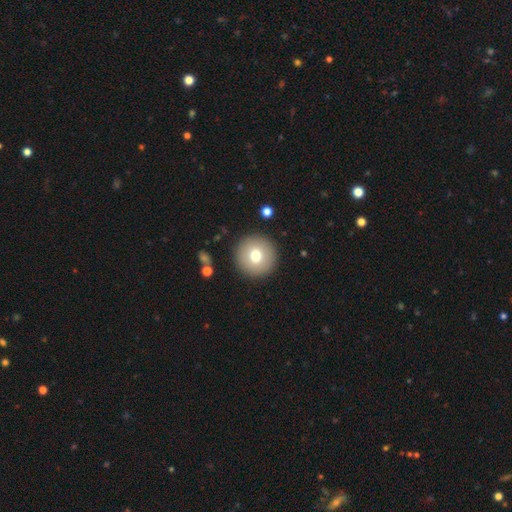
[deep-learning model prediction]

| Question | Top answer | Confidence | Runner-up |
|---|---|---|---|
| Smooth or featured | smooth | 74% | featured or disk (17%) |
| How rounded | round | 96% | in between (3%) |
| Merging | none | 91% | minor disturbance (5%) |